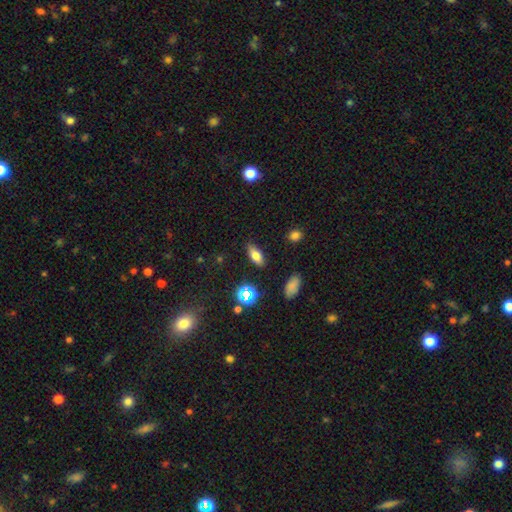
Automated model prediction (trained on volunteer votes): Smooth or featured? smooth (71%)
How rounded? in between (78%)
Merging? none (84%)